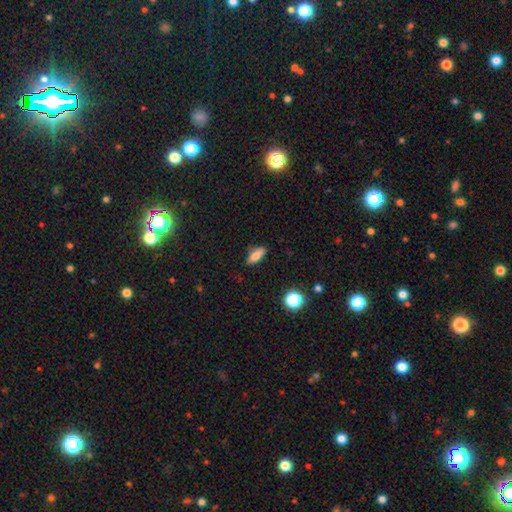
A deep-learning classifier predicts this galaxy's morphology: Smooth or featured: smooth — 72% (featured or disk — 19%)
How rounded: in between — 61% (cigar-shaped — 34%)
Merging: none — 83% (minor disturbance — 13%)